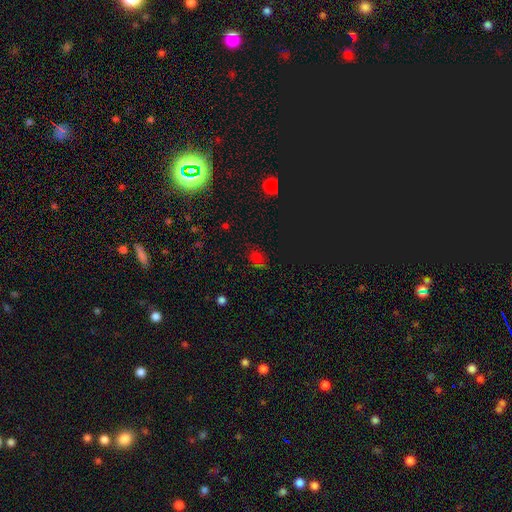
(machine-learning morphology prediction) The model was most divided on "smooth or featured": smooth: 48%, star or artifact: 45%, featured or disk: 7%. More confident: merging — none (74%).